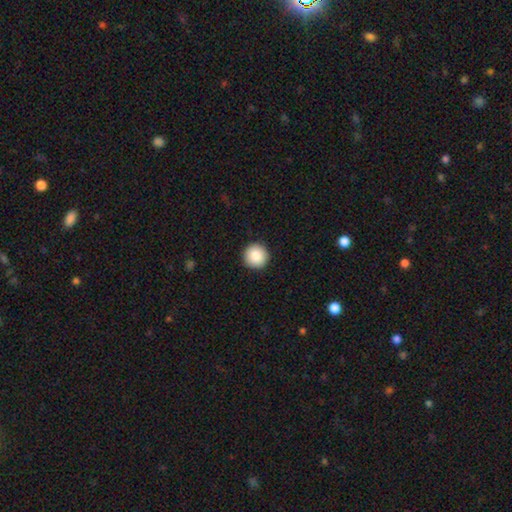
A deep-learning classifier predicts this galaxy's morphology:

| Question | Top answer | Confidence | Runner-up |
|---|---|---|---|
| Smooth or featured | smooth | 85% | star or artifact (8%) |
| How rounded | round | 96% | in between (3%) |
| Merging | none | 93% | minor disturbance (5%) |